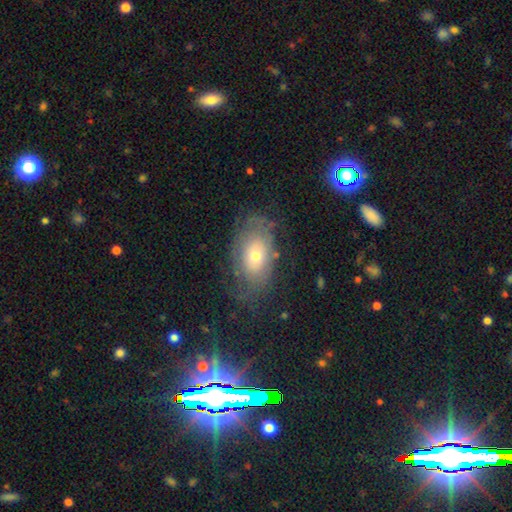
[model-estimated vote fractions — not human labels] Smooth or featured? smooth (48%)
Merging? none (61%)